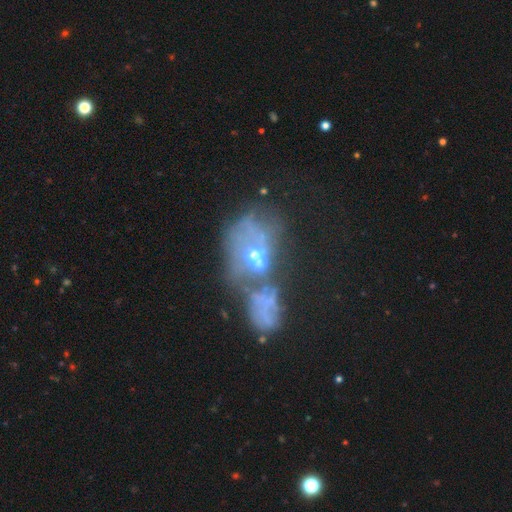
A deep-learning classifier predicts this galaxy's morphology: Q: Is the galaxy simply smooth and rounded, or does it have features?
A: featured or disk — 56%.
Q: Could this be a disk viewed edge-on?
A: no — 93%.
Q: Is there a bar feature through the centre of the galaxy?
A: no — 77%.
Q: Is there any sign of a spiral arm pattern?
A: no — 70%.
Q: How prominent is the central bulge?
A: moderate — 54%.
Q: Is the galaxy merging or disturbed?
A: merger — 67%.